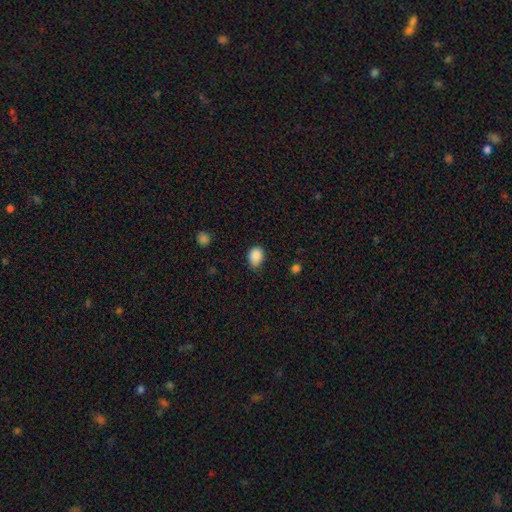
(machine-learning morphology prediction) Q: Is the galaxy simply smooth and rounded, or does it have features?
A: smooth — 88%.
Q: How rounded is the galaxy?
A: in between — 62%.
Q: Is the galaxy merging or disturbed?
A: none — 66%.